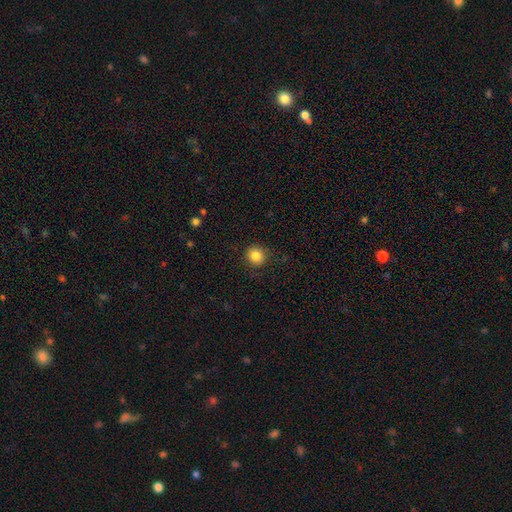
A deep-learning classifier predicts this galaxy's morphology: smooth-or-featured: smooth: 85% | star or artifact: 10% | featured or disk: 5%
  how-rounded: round: 90% | in between: 9% | cigar-shaped: 1%
  merging: none: 88% | minor disturbance: 8% | major disturbance: 3% | merger: 1%